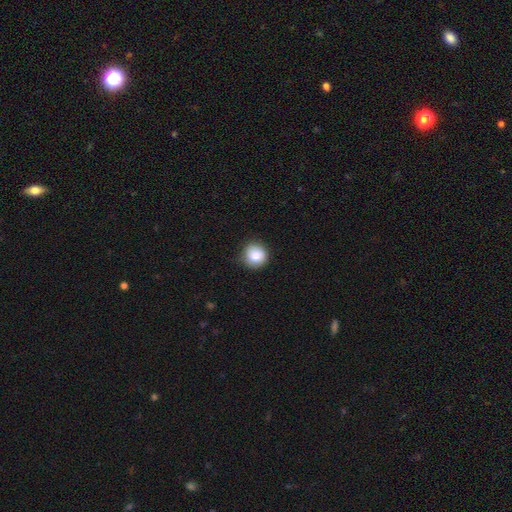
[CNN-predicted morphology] smooth-or-featured: smooth: 84% | star or artifact: 9% | featured or disk: 7%
  how-rounded: round: 92% | in between: 7% | cigar-shaped: 1%
  merging: none: 85% | minor disturbance: 12% | major disturbance: 2% | merger: 1%